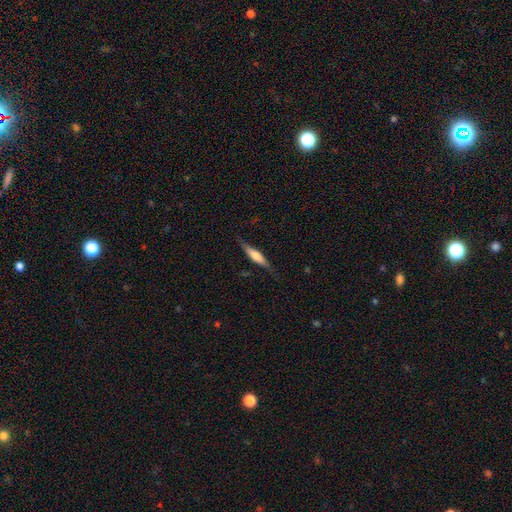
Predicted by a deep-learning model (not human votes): This is possibly a featured or disk galaxy (48%). Merging: likely none (78%).